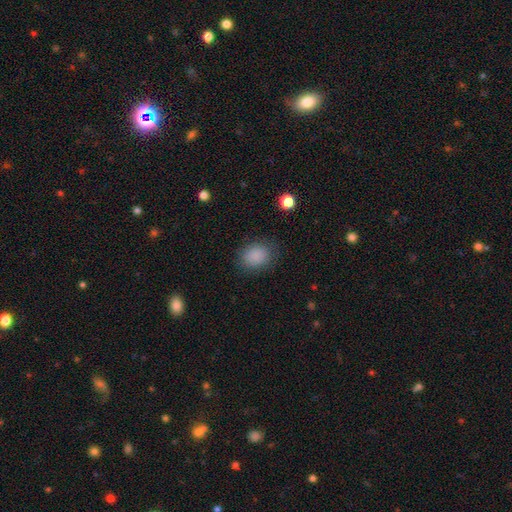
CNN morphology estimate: smooth-or-featured: smooth: 87% | star or artifact: 9% | featured or disk: 4%
  how-rounded: round: 55% | in between: 44% | cigar-shaped: 1%
  merging: none: 82% | minor disturbance: 12% | major disturbance: 5% | merger: 1%